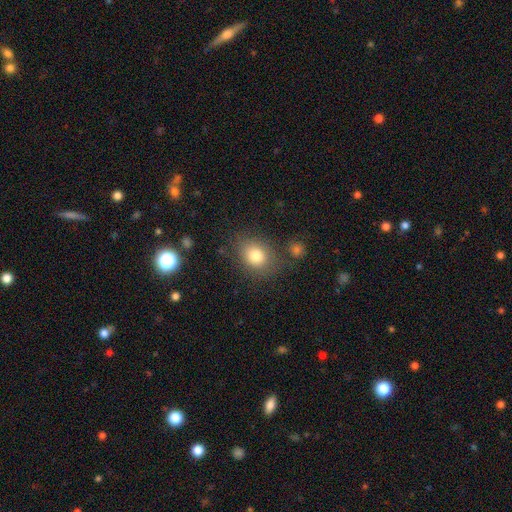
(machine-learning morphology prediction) The model was most divided on "how rounded": round: 51%, in between: 48%, cigar-shaped: 1%. More confident: smooth or featured — smooth (79%); merging — none (75%).